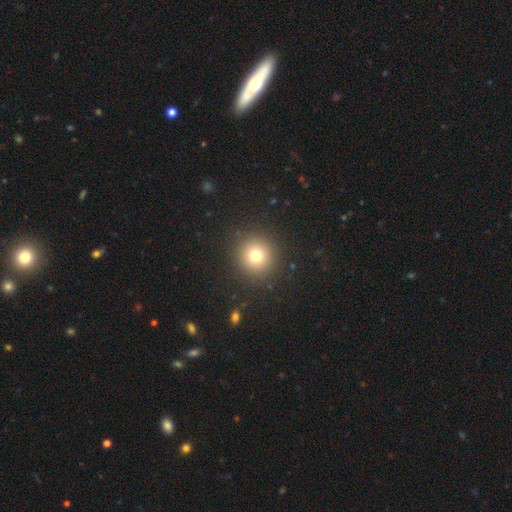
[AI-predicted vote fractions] Smooth or featured? Predicted: smooth (p=0.76). How rounded? Predicted: round (p=0.95). Merging? Predicted: none (p=0.91).